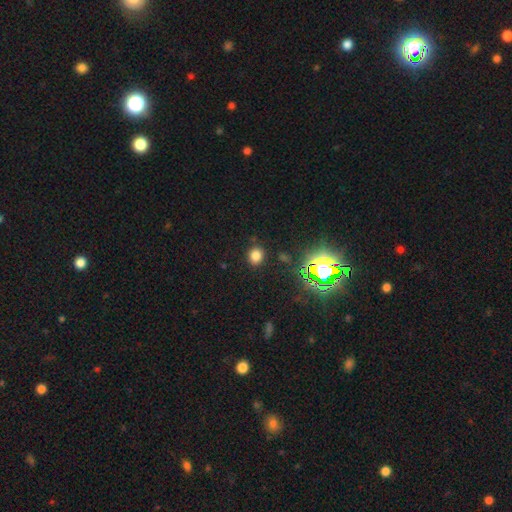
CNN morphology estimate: smooth-or-featured: smooth: 73% | star or artifact: 22% | featured or disk: 5%
  how-rounded: round: 71% | in between: 28% | cigar-shaped: 1%
  merging: none: 87% | minor disturbance: 8% | major disturbance: 3% | merger: 2%